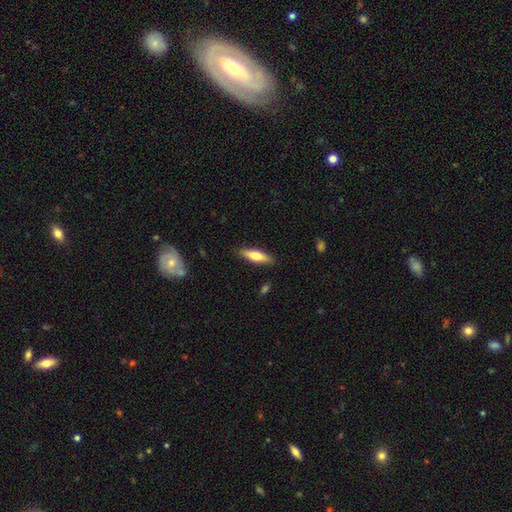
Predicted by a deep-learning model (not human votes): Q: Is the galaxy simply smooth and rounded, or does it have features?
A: smooth — 65%.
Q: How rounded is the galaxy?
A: cigar-shaped — 65%.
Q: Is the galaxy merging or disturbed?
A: none — 86%.